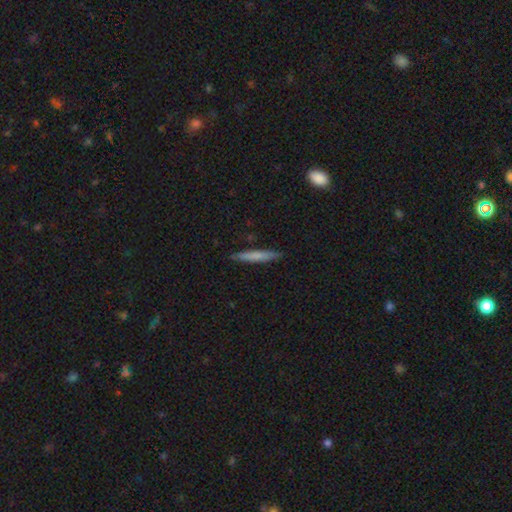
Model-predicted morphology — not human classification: This appears to be a smooth galaxy with no disk features (71%) that is cigar-shaped (94%). Merging: none (88%).